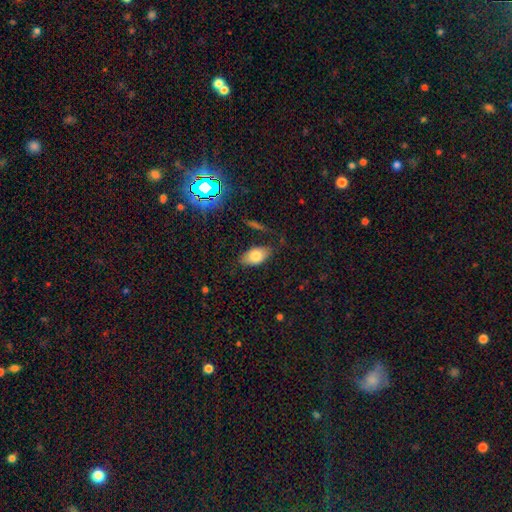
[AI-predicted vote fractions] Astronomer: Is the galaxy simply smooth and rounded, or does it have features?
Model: smooth — 77%.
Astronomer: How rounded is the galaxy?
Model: in between — 92%.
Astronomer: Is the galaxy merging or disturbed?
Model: none — 79%.